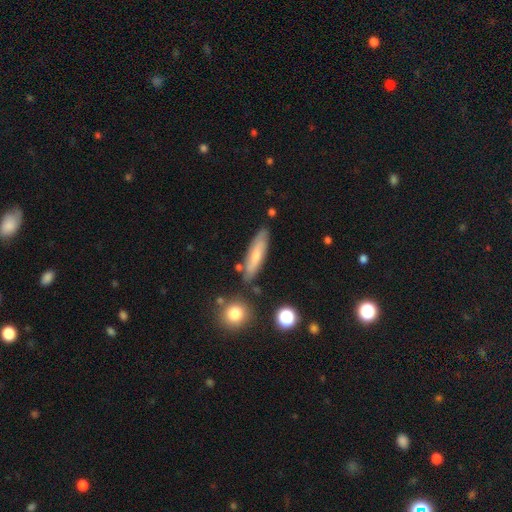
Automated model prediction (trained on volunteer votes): Overall: smooth (62%; featured or disk 30%). How rounded: cigar-shaped (73%). Merging: none (78%).